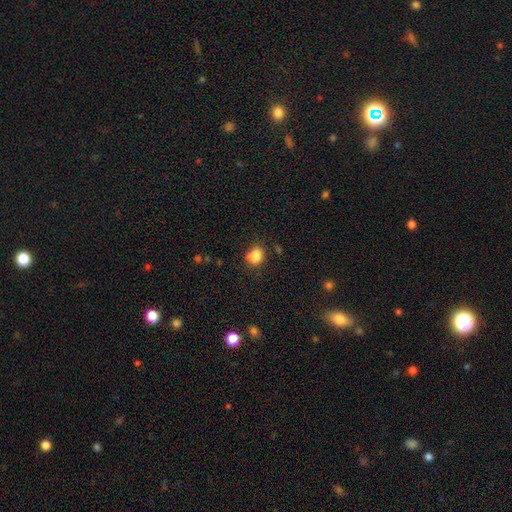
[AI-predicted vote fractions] This is likely a smooth galaxy (80%). How rounded: possibly round (53%). Merging: possibly none (57%).